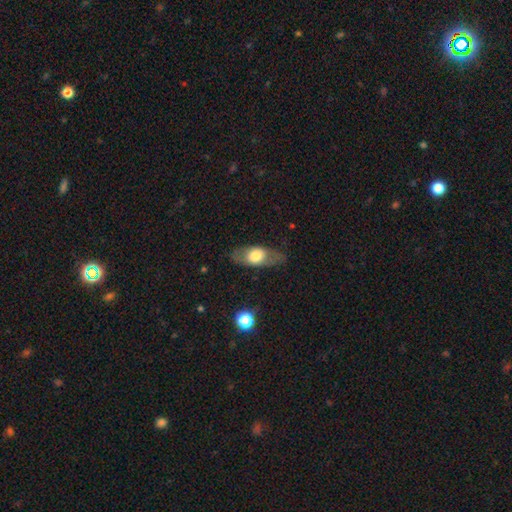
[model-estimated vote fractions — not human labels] smooth 54%, featured or disk 40%, star or artifact 6%. Down the decision tree: how rounded — in between (78%); merging — none (78%).